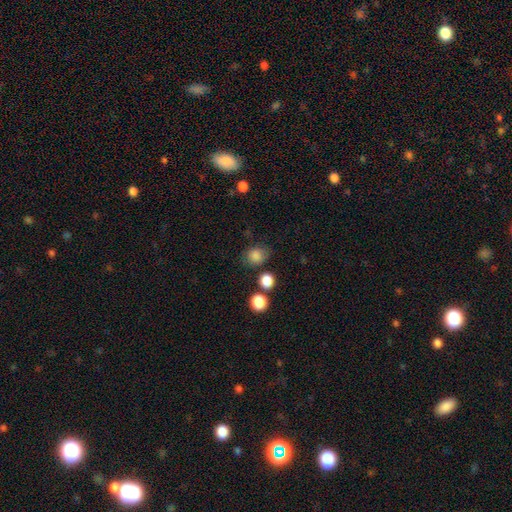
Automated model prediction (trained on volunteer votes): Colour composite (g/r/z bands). It shows a smooth galaxy with no disk features (83%) that is round (69%). Merging: none (73%).